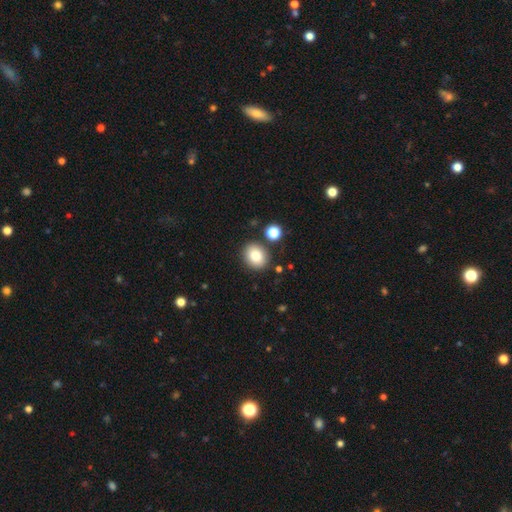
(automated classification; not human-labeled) This is clearly a smooth galaxy (82%). How rounded: possibly round (59%). Merging: clearly none (84%).